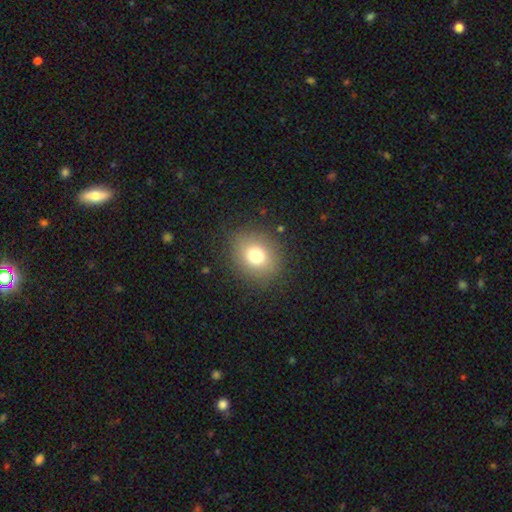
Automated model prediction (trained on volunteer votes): Q: Smooth or featured?
A: smooth (76%); runner-up: star or artifact (13%)
Q: How rounded?
A: round (69%); runner-up: in between (31%)
Q: Merging?
A: none (86%); runner-up: minor disturbance (9%)